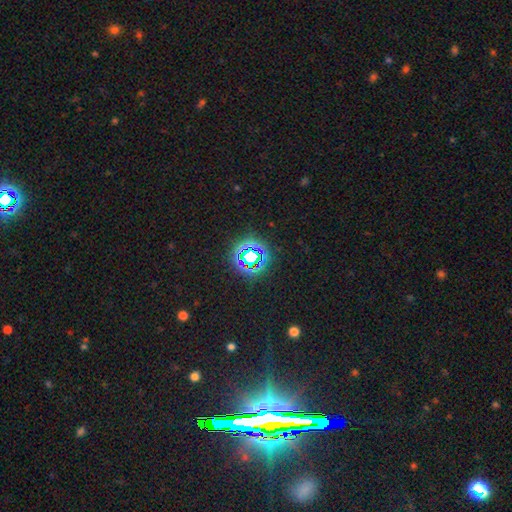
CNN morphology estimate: star or artifact 71%, smooth 19%, featured or disk 9%.